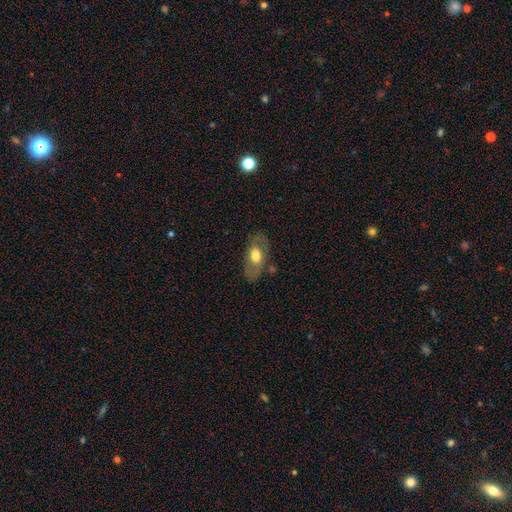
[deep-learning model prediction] Morphology: type=smooth (58%); roundness=in between (86%); merging=none (72%).